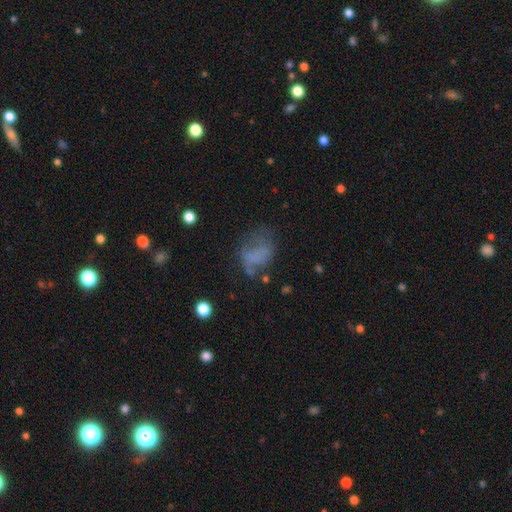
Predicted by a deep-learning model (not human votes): A smooth galaxy with no disk features (49%).

Vote fractions:
- Smooth or featured? smooth: 49% / featured or disk: 33% / star or artifact: 18%
- Merging? none: 39% / major disturbance: 31% / minor disturbance: 24% / merger: 6%